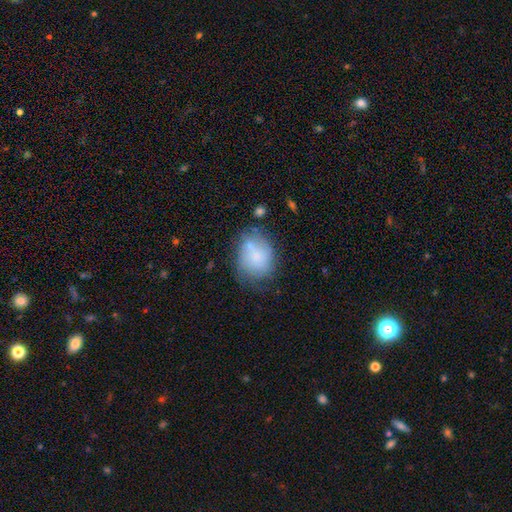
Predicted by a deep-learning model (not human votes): smooth 68%, featured or disk 23%, star or artifact 9%. Down the decision tree: how rounded — in between (50%); merging — none (51%).